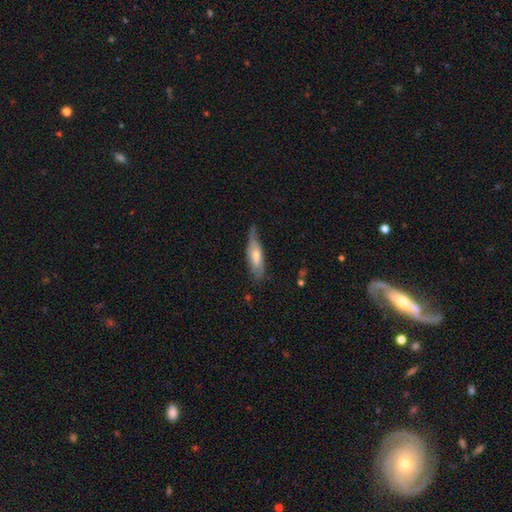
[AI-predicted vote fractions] Smooth or featured?
  - featured or disk: 49% *
  - smooth: 44%
  - star or artifact: 7%
Merging?
  - none: 65% *
  - minor disturbance: 26%
  - major disturbance: 7%
  - merger: 2%